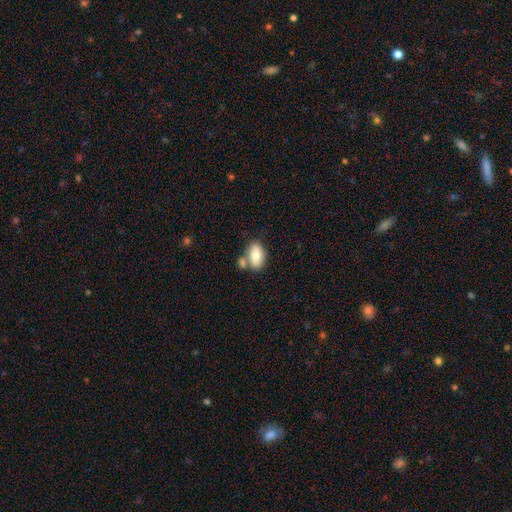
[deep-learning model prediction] Smooth or featured?
  - smooth: 80% *
  - featured or disk: 14%
  - star or artifact: 7%
How rounded?
  - in between: 90% *
  - round: 8%
  - cigar-shaped: 2%
Merging?
  - none: 55% *
  - merger: 27%
  - minor disturbance: 13%
  - major disturbance: 4%